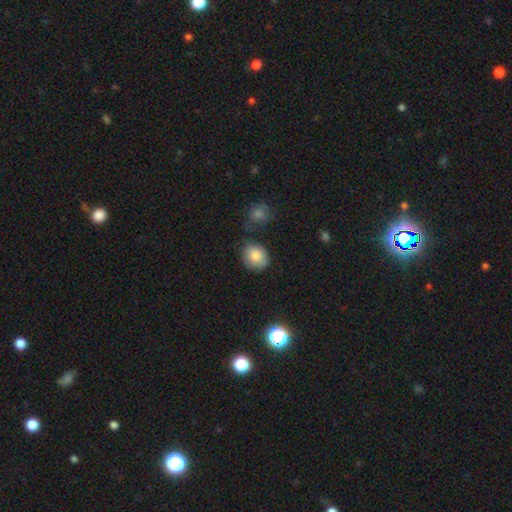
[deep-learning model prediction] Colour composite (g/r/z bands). It shows a smooth galaxy with no disk features (85%) that is round (68%). Merging: none (71%).